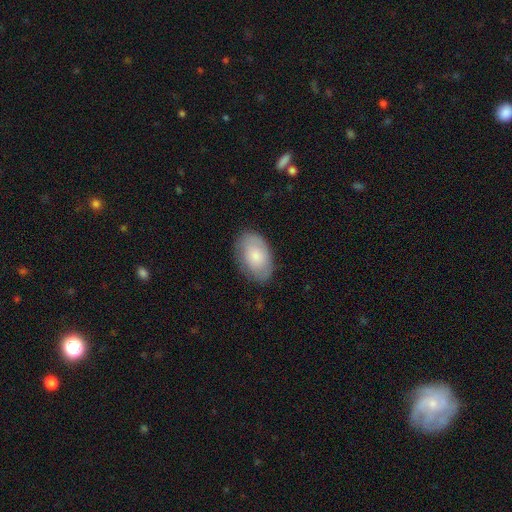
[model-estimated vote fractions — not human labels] Q: Smooth or featured?
A: smooth (75%); runner-up: featured or disk (19%)
Q: How rounded?
A: in between (92%); runner-up: round (7%)
Q: Merging?
A: none (80%); runner-up: minor disturbance (15%)